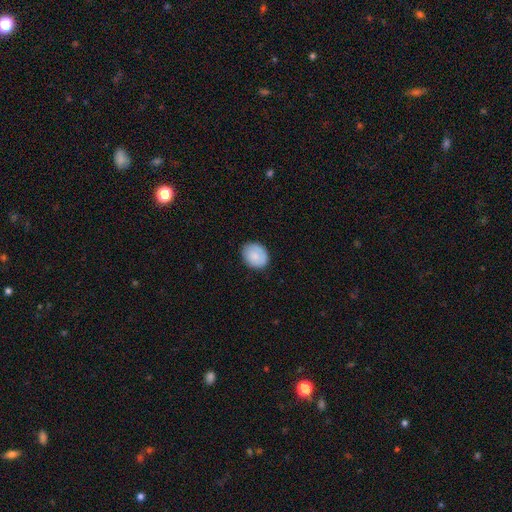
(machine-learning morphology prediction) Smooth or featured? Predicted: smooth (p=0.82). How rounded? Predicted: in between (p=0.50). Merging? Predicted: none (p=0.83).